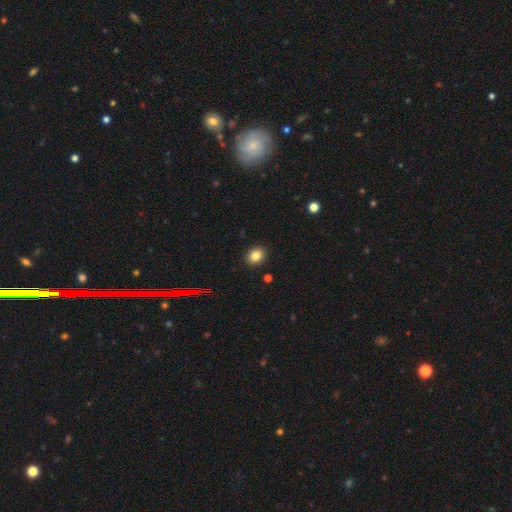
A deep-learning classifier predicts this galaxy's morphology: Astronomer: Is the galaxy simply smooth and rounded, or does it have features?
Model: smooth — 83%.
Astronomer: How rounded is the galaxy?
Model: round — 58% (runner-up: in between, 41%).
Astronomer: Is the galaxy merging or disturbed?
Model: none — 91%.